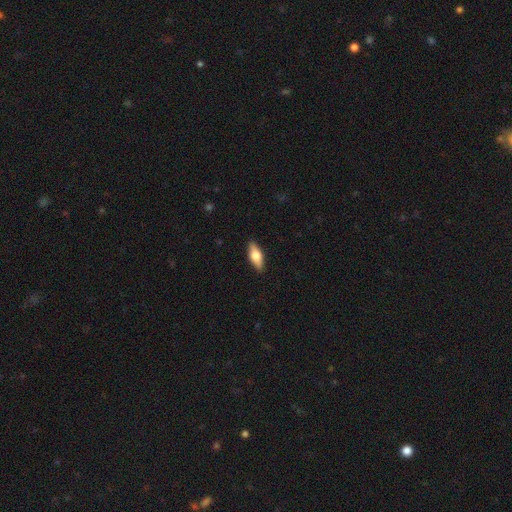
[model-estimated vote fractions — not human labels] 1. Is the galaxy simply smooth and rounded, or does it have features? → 54% smooth, 40% featured or disk, 6% star or artifact.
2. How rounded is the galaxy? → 68% in between, 28% cigar-shaped, 3% round.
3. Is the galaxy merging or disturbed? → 89% none, 8% minor disturbance, 2% major disturbance, 1% merger.